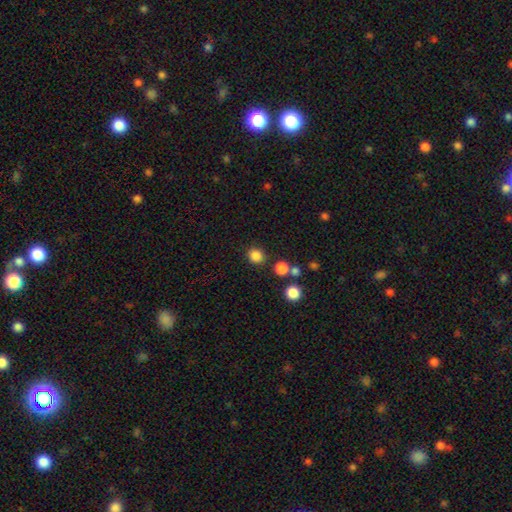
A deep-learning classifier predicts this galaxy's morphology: This is clearly a smooth galaxy (84%). How rounded: clearly round (85%). Merging: clearly none (84%).